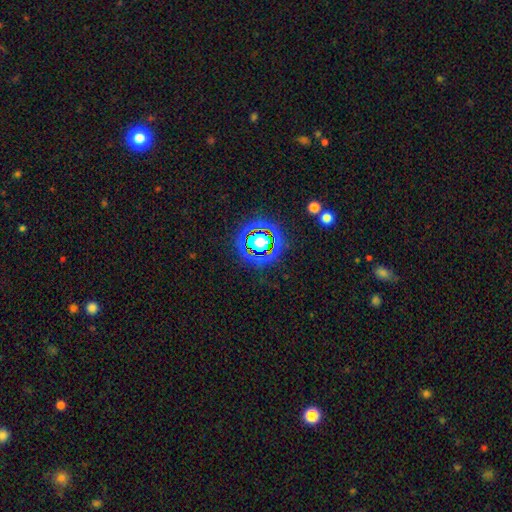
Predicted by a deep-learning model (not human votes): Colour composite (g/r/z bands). It shows a star or artifact, not a galaxy (77%).